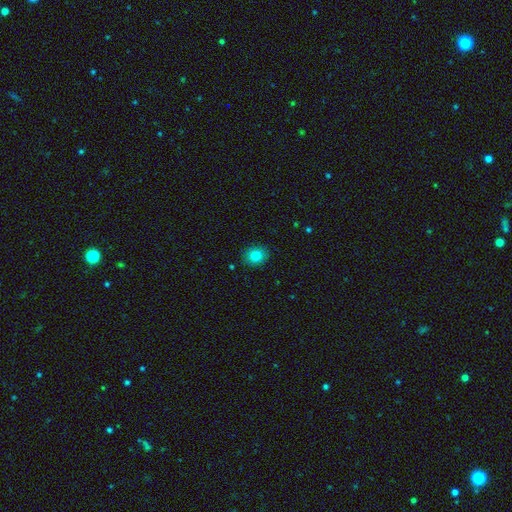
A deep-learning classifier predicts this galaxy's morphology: smooth 82%, star or artifact 11%, featured or disk 7%. Down the decision tree: how rounded — round (70%); merging — none (90%).